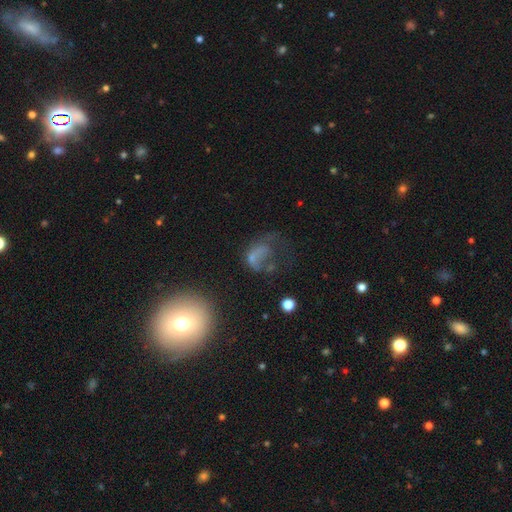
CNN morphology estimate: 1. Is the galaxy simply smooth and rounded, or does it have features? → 44% smooth, 36% featured or disk, 21% star or artifact.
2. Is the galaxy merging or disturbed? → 52% major disturbance, 23% none, 15% minor disturbance, 9% merger.